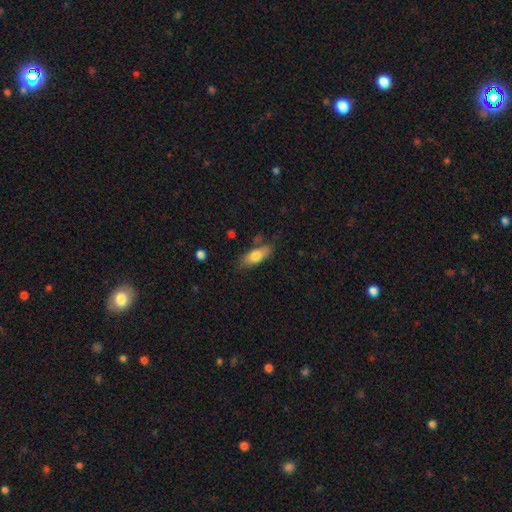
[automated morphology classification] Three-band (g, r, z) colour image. It shows a smooth galaxy with no disk features (75%) that is in between round and cigar-shaped (74%). Merging: none (68%).